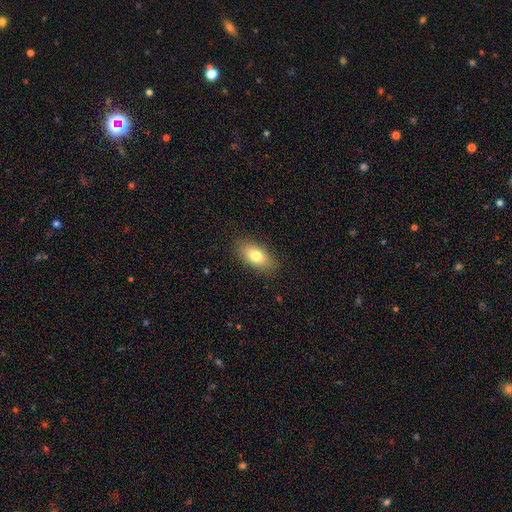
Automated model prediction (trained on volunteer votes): smooth-or-featured: smooth: 77% | featured or disk: 14% | star or artifact: 8%
  how-rounded: in between: 88% | round: 6% | cigar-shaped: 6%
  merging: none: 87% | minor disturbance: 10% | major disturbance: 3% | merger: 1%